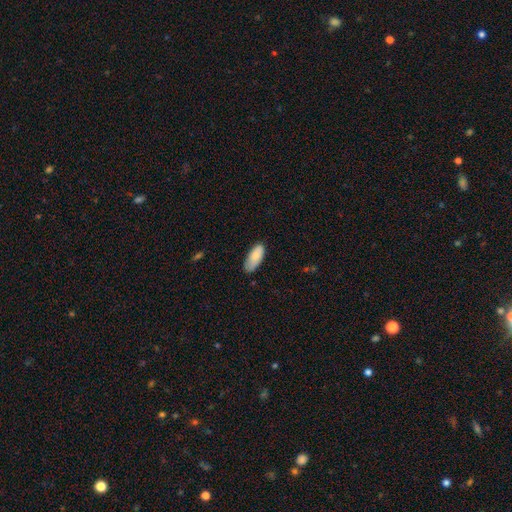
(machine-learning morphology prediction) Smooth or featured?
  - smooth: 86% *
  - featured or disk: 8%
  - star or artifact: 6%
How rounded?
  - in between: 84% *
  - cigar-shaped: 14%
  - round: 2%
Merging?
  - none: 73% *
  - minor disturbance: 22%
  - major disturbance: 3%
  - merger: 1%